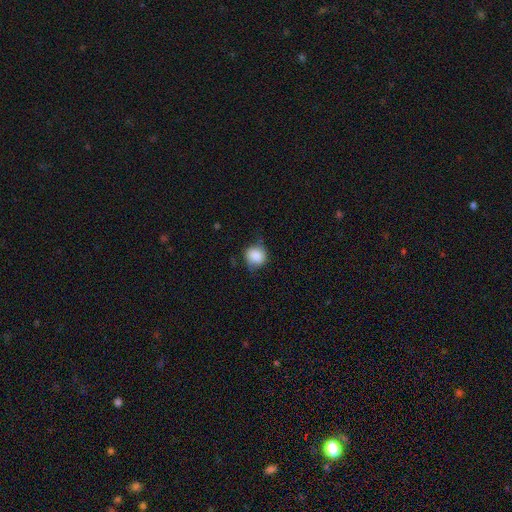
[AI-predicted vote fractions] Morphology: type=smooth (79%); roundness=round (80%); merging=none (61%).